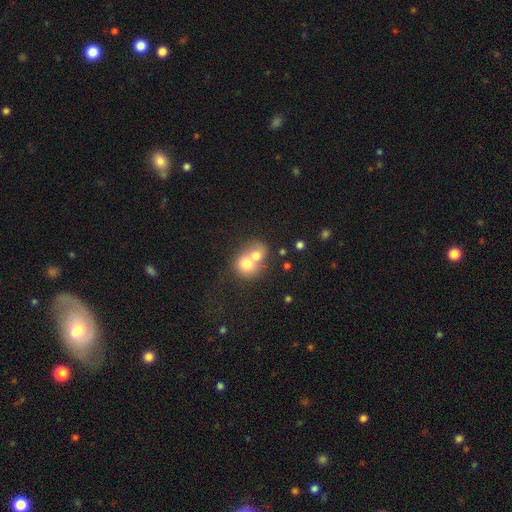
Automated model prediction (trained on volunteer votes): A smooth galaxy with no disk features (70%) that is round (67%). Merging: merger (74%).